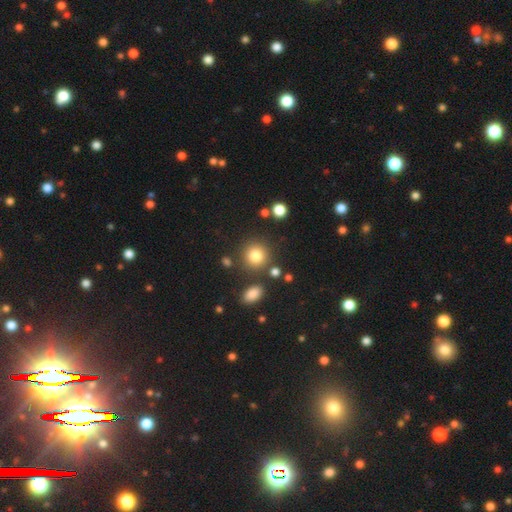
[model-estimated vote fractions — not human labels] Smooth or featured: smooth — 81% (star or artifact — 12%)
How rounded: round — 88% (in between — 11%)
Merging: none — 80% (minor disturbance — 9%)